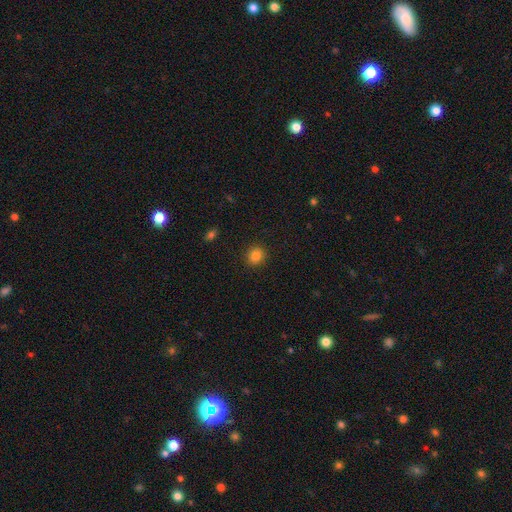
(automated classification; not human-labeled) smooth 84%, star or artifact 12%, featured or disk 5%. Down the decision tree: how rounded — round (82%); merging — none (90%).